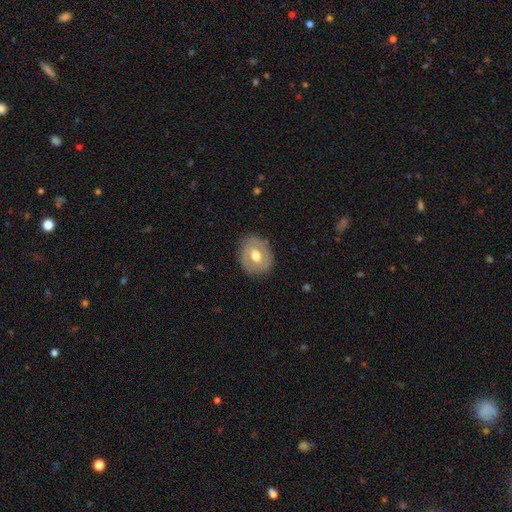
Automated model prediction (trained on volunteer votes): A smooth galaxy with no disk features (53%) that is round (64%).

Vote fractions:
- Smooth or featured? smooth: 53% / featured or disk: 40% / star or artifact: 7%
- How rounded? round: 64% / in between: 35% / cigar-shaped: 1%
- Merging? none: 83% / minor disturbance: 12% / major disturbance: 4% / merger: 1%